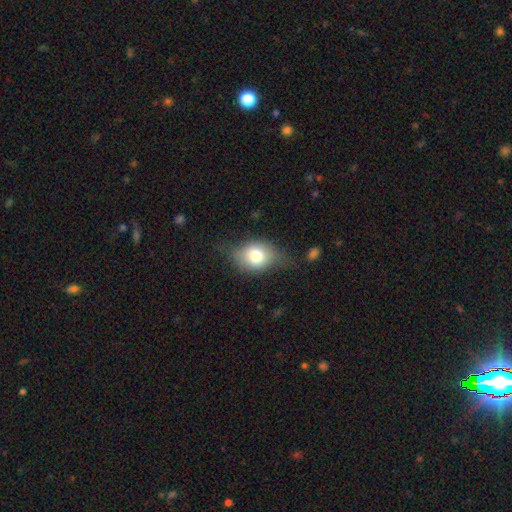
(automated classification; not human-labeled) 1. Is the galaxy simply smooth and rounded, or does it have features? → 70% smooth, 22% featured or disk, 8% star or artifact.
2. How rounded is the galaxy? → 65% in between, 33% round, 2% cigar-shaped.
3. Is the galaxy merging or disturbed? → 53% none, 31% minor disturbance, 13% major disturbance, 2% merger.